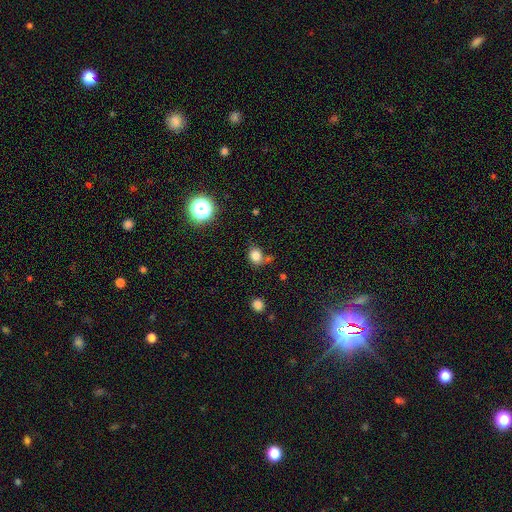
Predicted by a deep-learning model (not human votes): Q: Smooth or featured?
A: smooth (80%); runner-up: star or artifact (14%)
Q: How rounded?
A: round (62%); runner-up: in between (37%)
Q: Merging?
A: none (64%); runner-up: minor disturbance (18%)